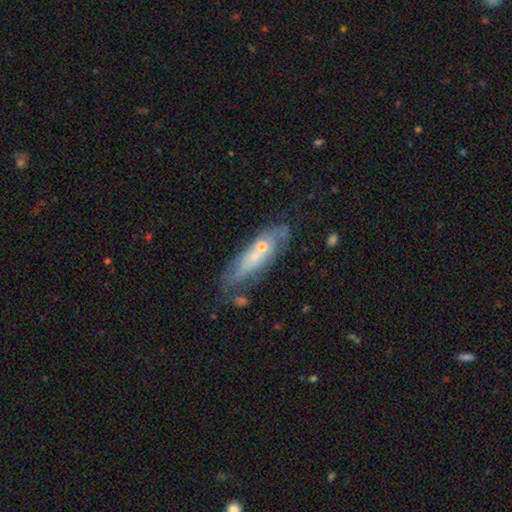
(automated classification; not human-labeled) Q: Smooth or featured?
A: featured or disk (52%); runner-up: smooth (39%)
Q: Edge-on disk?
A: no (68%); runner-up: yes (32%)
Q: Merging?
A: none (52%); runner-up: minor disturbance (25%)